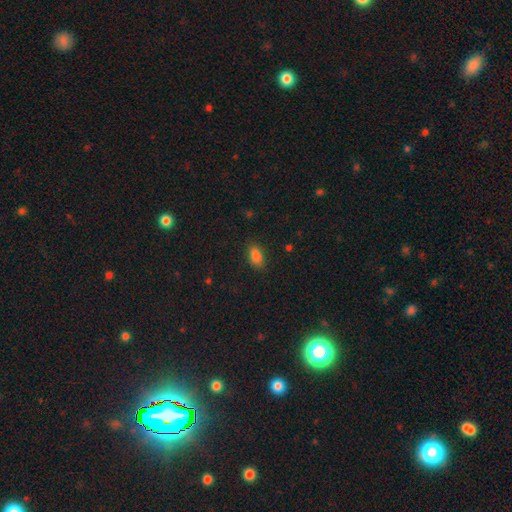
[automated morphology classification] Q: Smooth or featured?
A: smooth (84%); runner-up: star or artifact (11%)
Q: How rounded?
A: in between (90%); runner-up: round (6%)
Q: Merging?
A: none (79%); runner-up: minor disturbance (15%)